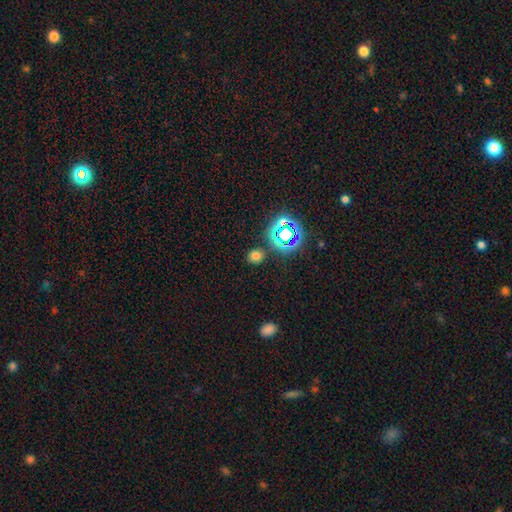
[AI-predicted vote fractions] Smooth or featured?
  - smooth: 67% *
  - star or artifact: 26%
  - featured or disk: 7%
How rounded?
  - round: 80% *
  - in between: 19%
  - cigar-shaped: 1%
Merging?
  - none: 85% *
  - minor disturbance: 8%
  - merger: 4%
  - major disturbance: 3%